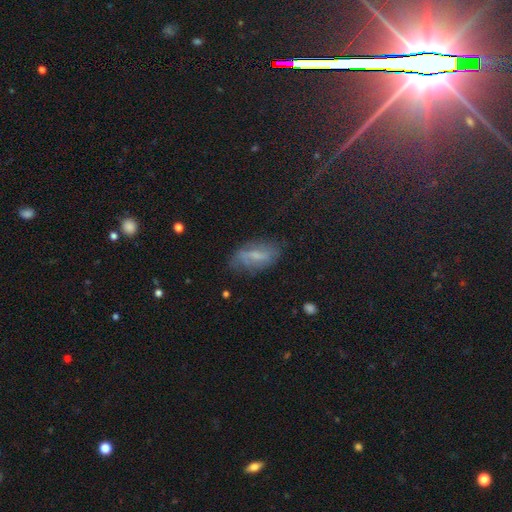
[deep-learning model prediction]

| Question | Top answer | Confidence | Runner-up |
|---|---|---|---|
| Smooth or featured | smooth | 43% | featured or disk (40%) |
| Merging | none | 64% | minor disturbance (24%) |